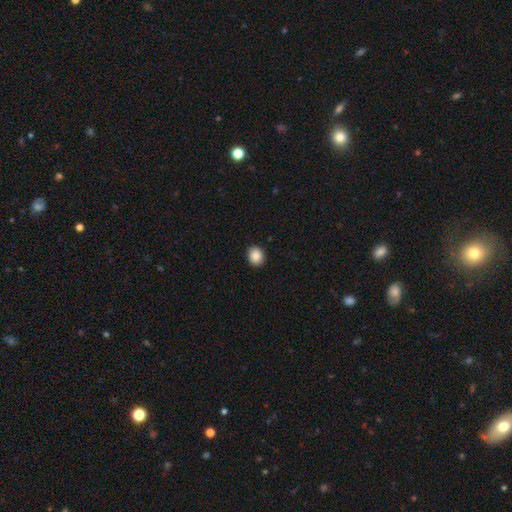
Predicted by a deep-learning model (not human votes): This is clearly a smooth galaxy (89%). How rounded: likely round (68%). Merging: clearly none (90%).